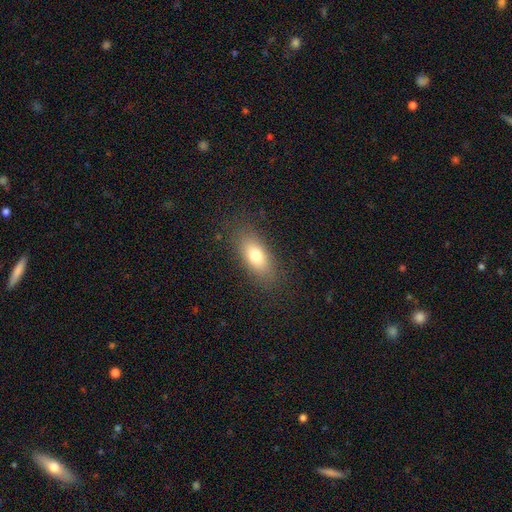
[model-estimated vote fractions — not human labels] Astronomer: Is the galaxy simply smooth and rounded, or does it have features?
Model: smooth — 76%.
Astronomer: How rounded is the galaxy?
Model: in between — 83%.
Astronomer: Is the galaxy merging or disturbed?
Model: none — 83%.